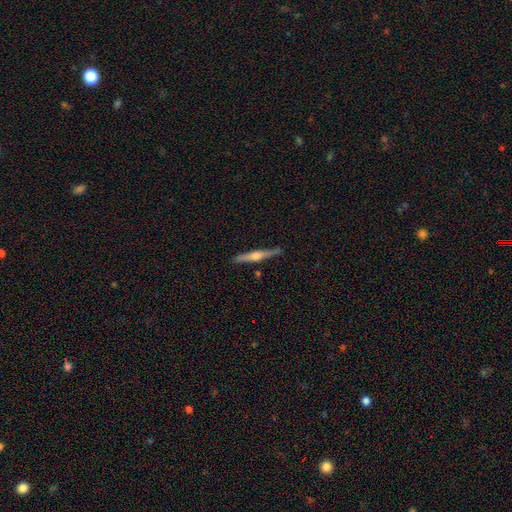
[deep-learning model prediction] Smooth or featured? featured or disk (73%)
Edge-on disk? yes (98%)
Edge-on bulge? rounded (88%)
Merging? none (89%)